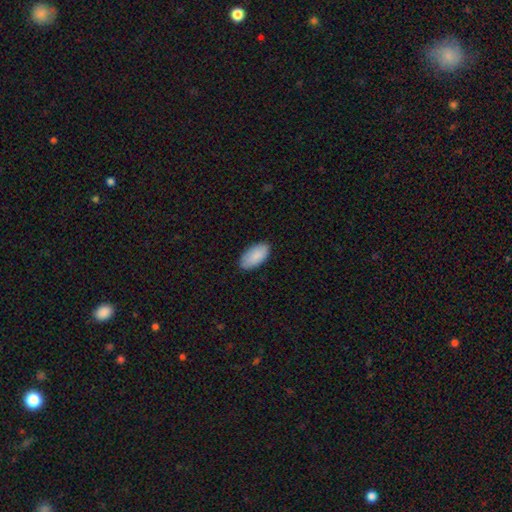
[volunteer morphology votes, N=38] Volunteers were most divided on "smooth or featured": smooth: 89%, star or artifact: 8%, featured or disk: 3%. More confident: how rounded — in between (97%); merging — none (94%).